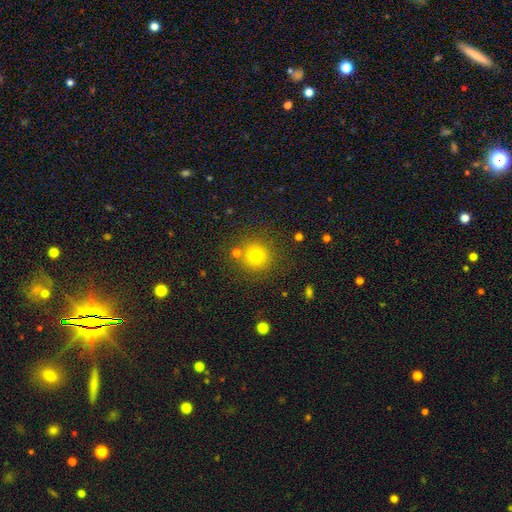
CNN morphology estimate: type=smooth (77%); roundness=round (93%); merging=none (81%).